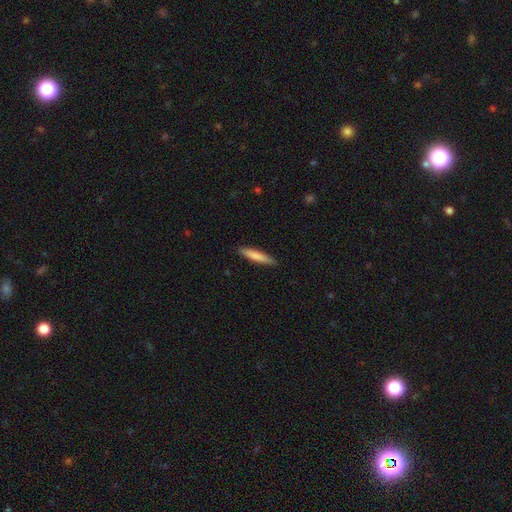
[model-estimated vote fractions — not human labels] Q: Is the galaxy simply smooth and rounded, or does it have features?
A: smooth — 78%.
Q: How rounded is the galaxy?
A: cigar-shaped — 90%.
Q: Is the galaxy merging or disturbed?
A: none — 89%.